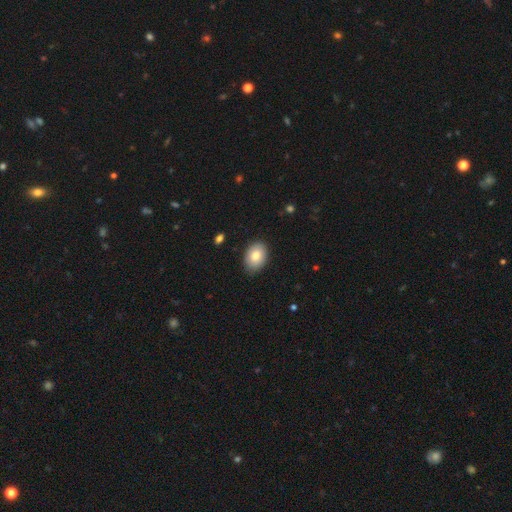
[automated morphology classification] type=smooth (83%); roundness=in between (81%); merging=none (85%).